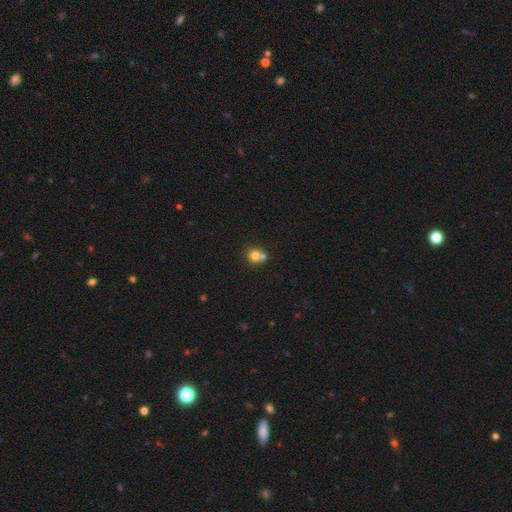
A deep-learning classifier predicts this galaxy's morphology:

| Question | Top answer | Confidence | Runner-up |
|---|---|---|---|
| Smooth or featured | smooth | 76% | star or artifact (12%) |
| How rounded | round | 85% | in between (14%) |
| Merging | none | 46% | merger (45%) |